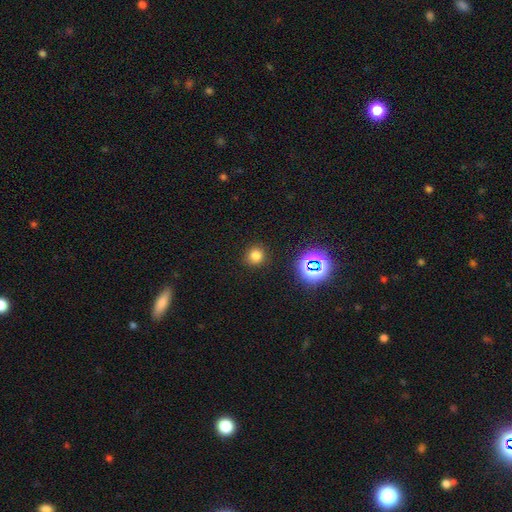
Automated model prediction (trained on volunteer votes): smooth-or-featured: smooth: 75% | star or artifact: 20% | featured or disk: 5%
  how-rounded: round: 91% | in between: 8% | cigar-shaped: 1%
  merging: none: 90% | minor disturbance: 7% | major disturbance: 3% | merger: 1%